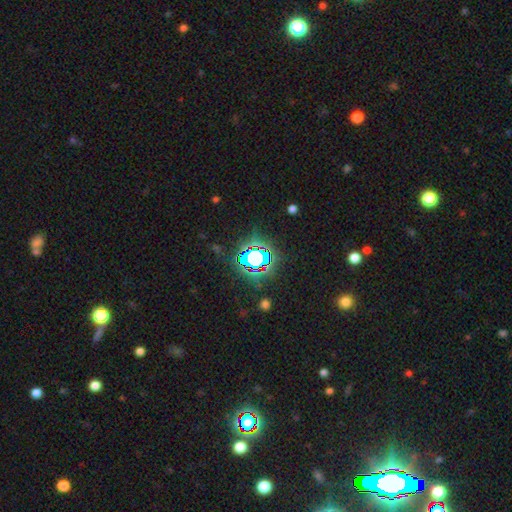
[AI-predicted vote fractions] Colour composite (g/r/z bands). It shows a star or artifact, not a galaxy (69%).